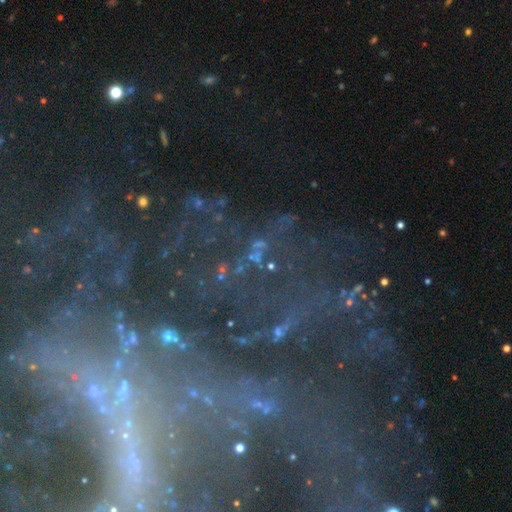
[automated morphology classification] Smooth or featured? Predicted: star or artifact (p=0.65).